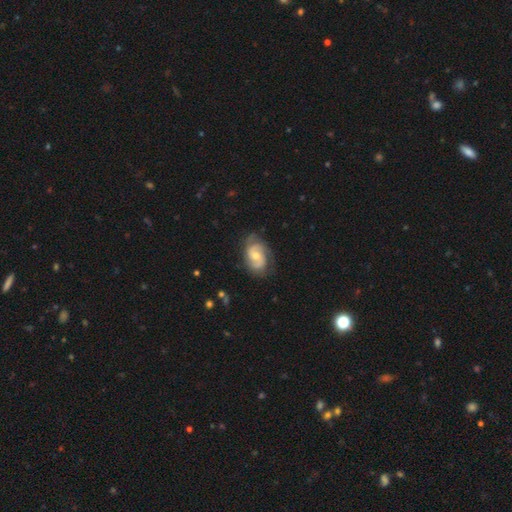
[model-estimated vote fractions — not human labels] smooth_or_featured: featured or disk (p=0.80) [alt: smooth p=0.14]
disk_edge_on: no (p=0.97) [alt: yes p=0.03]
bar: no (p=0.54) [alt: weak p=0.39]
has_spiral_arms: yes (p=0.94) [alt: no p=0.06]
spiral_winding: medium (p=0.44) [alt: tight p=0.42]
spiral_arm_count: 2 (p=0.72) [alt: can't tell p=0.13]
bulge_size: moderate (p=0.57) [alt: small p=0.37]
merging: none (p=0.74) [alt: minor disturbance p=0.19]